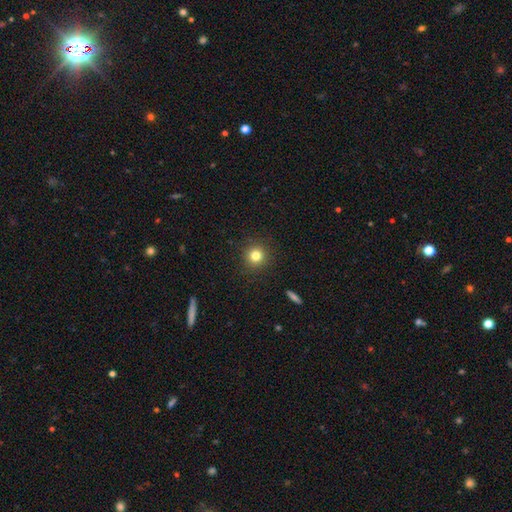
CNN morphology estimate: A smooth galaxy with no disk features (80%) that is round (94%).

Vote fractions:
- Smooth or featured? smooth: 80% / star or artifact: 13% / featured or disk: 7%
- How rounded? round: 94% / in between: 5% / cigar-shaped: 1%
- Merging? none: 91% / minor disturbance: 6% / major disturbance: 2% / merger: 1%